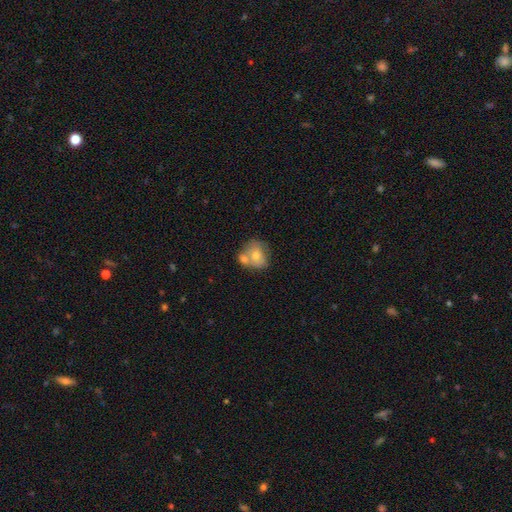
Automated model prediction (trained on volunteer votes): Q: Smooth or featured?
A: smooth (65%); runner-up: featured or disk (27%)
Q: How rounded?
A: round (68%); runner-up: in between (31%)
Q: Merging?
A: merger (50%); runner-up: none (32%)